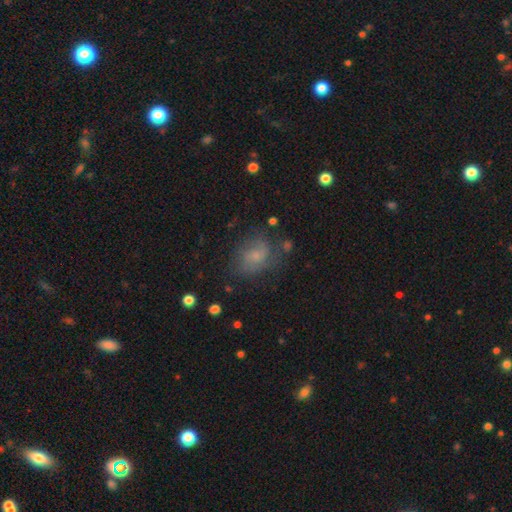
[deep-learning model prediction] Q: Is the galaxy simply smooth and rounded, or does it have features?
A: smooth — 50%.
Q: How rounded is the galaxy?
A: in between — 60%.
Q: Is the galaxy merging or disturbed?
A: none — 59%.